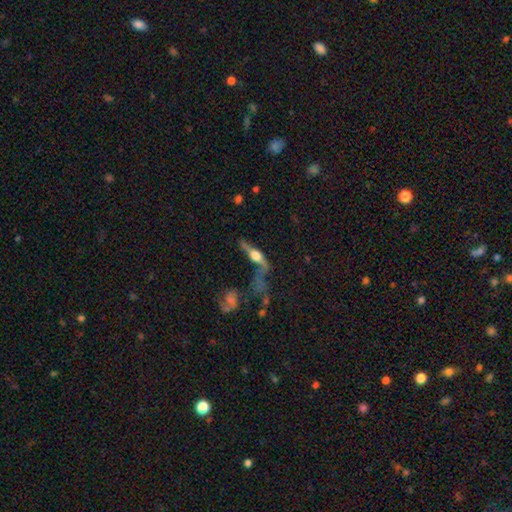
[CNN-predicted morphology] Smooth or featured? Predicted: featured or disk (p=0.70). Edge-on disk? Predicted: yes (p=0.81). Edge-on bulge? Predicted: rounded (p=0.91). Merging? Predicted: none (p=0.43).